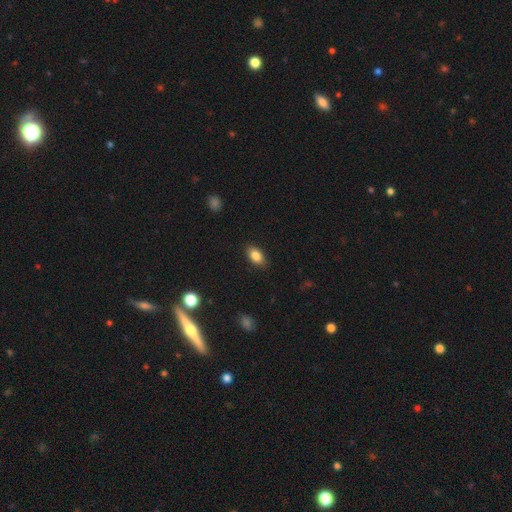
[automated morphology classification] smooth 85%, star or artifact 8%, featured or disk 7%. Down the decision tree: how rounded — in between (90%); merging — none (86%).